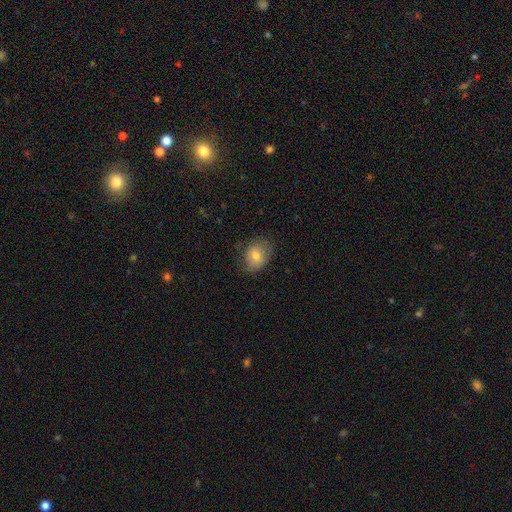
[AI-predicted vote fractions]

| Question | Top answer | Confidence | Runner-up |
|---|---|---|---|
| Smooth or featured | smooth | 74% | featured or disk (18%) |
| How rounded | in between | 57% | round (42%) |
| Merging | none | 66% | minor disturbance (24%) |